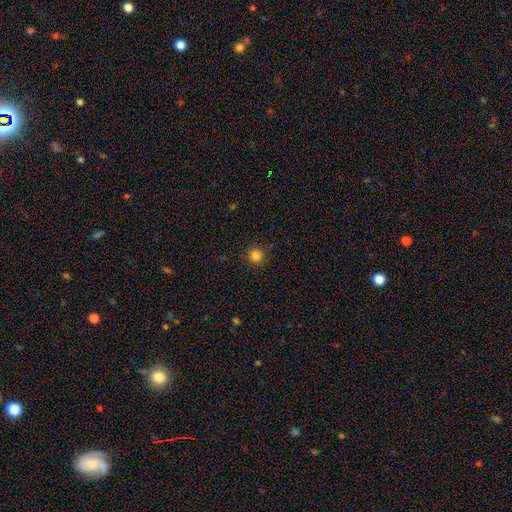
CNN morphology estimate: A smooth galaxy with no disk features (83%) that is round (94%). Merging: none (90%).